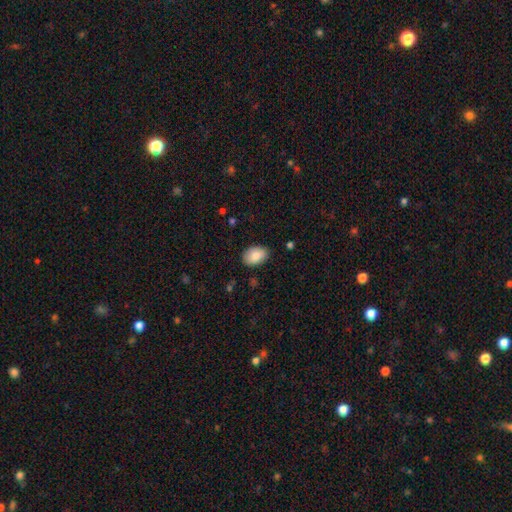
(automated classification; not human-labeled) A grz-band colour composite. It shows a smooth galaxy with no disk features (86%) that is in between round and cigar-shaped (87%). Merging: none (84%).